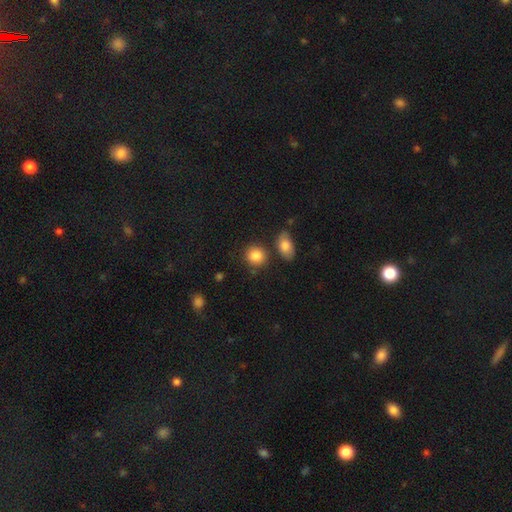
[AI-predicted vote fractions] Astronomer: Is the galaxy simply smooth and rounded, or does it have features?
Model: smooth — 86%.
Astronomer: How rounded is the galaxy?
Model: round — 77%.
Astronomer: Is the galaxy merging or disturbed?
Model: none — 76%.